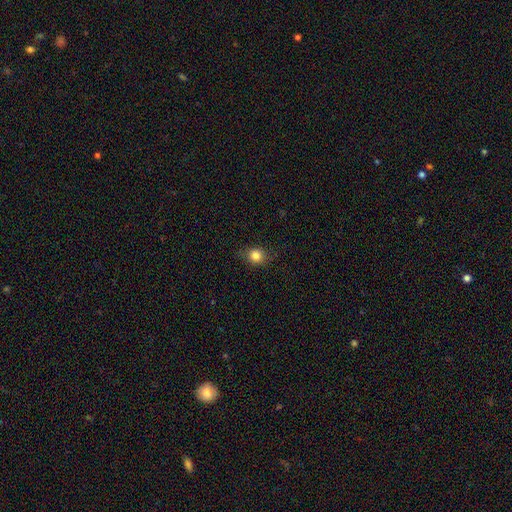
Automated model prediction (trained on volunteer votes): This is clearly a smooth galaxy (82%). How rounded: likely round (73%). Merging: clearly none (81%).